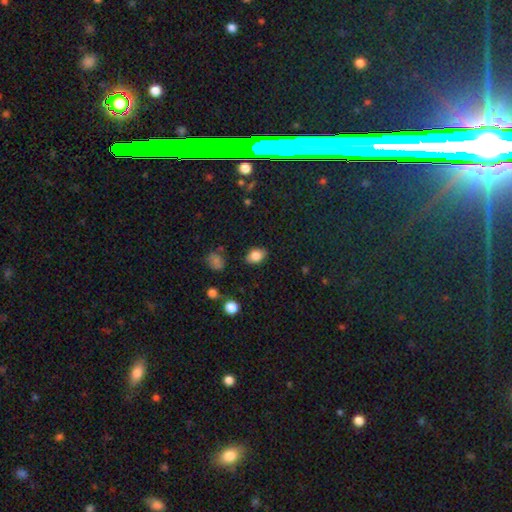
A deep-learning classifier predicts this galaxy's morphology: A smooth galaxy with no disk features (82%) that is in between round and cigar-shaped (80%).

Vote fractions:
- Smooth or featured? smooth: 82% / star or artifact: 9% / featured or disk: 8%
- How rounded? in between: 80% / round: 19% / cigar-shaped: 1%
- Merging? none: 84% / minor disturbance: 11% / major disturbance: 3% / merger: 2%